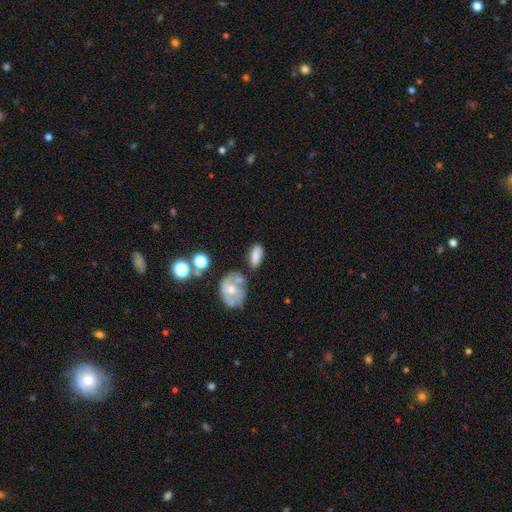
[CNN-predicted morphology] Q: Smooth or featured?
A: smooth (75%); runner-up: featured or disk (16%)
Q: How rounded?
A: in between (86%); runner-up: cigar-shaped (9%)
Q: Merging?
A: none (63%); runner-up: minor disturbance (18%)